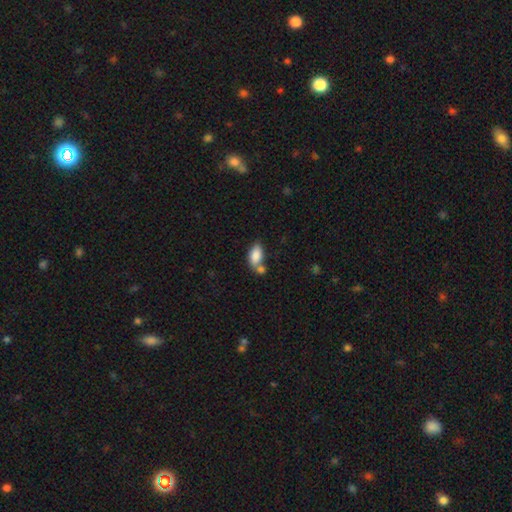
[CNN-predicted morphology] Smooth or featured? Predicted: smooth (p=0.84). How rounded? Predicted: in between (p=0.92). Merging? Predicted: merger (p=0.41).